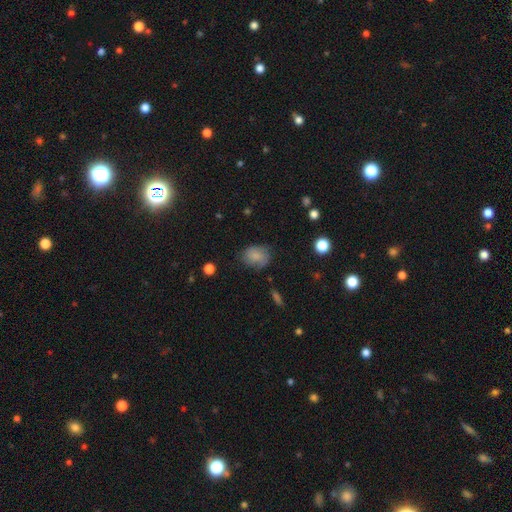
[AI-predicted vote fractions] Smooth or featured? smooth (78%)
How rounded? in between (54%)
Merging? none (63%)